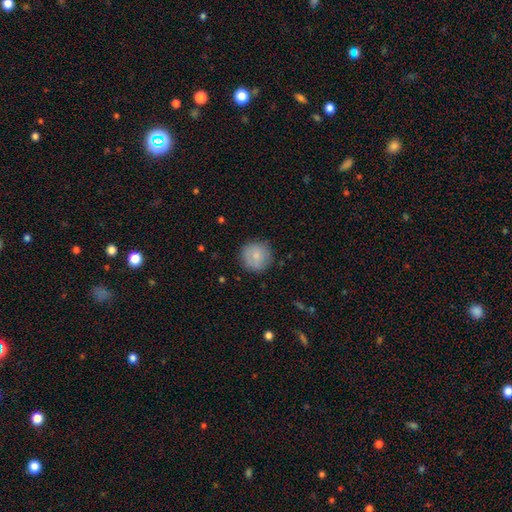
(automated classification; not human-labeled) Morphology: type=smooth (81%); roundness=round (94%); merging=none (85%).